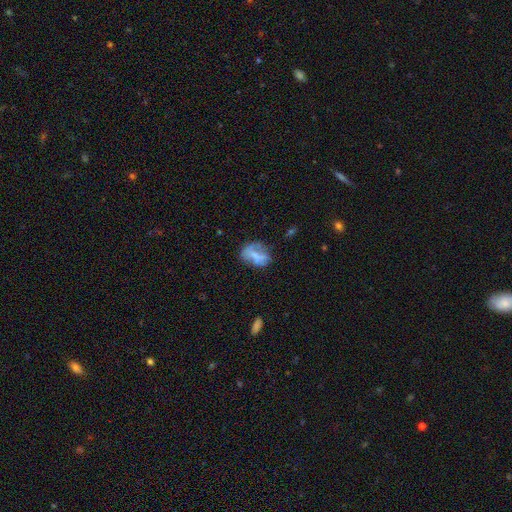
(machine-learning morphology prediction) A smooth galaxy with no disk features (49%).

Vote fractions:
- Smooth or featured? smooth: 49% / featured or disk: 39% / star or artifact: 12%
- Merging? none: 45% / minor disturbance: 25% / major disturbance: 20% / merger: 10%